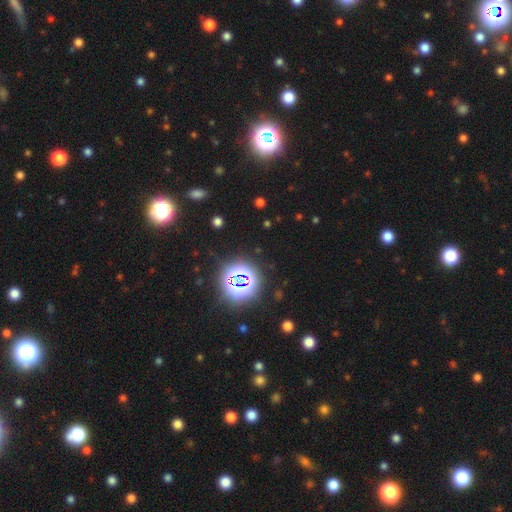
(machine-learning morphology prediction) Smooth or featured?
  - star or artifact: 77% *
  - smooth: 16%
  - featured or disk: 7%